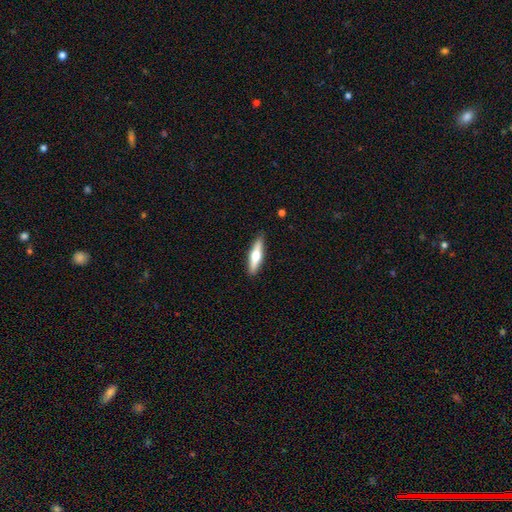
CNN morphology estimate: type=featured or disk (49%); merging=none (89%).